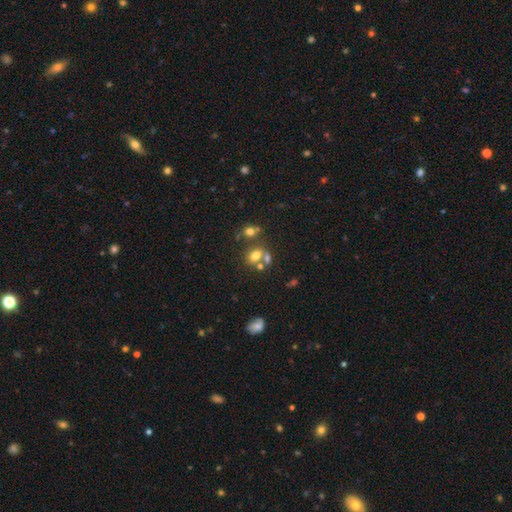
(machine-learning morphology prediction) Smooth or featured? smooth (68%)
How rounded? in between (65%)
Merging? none (44%)